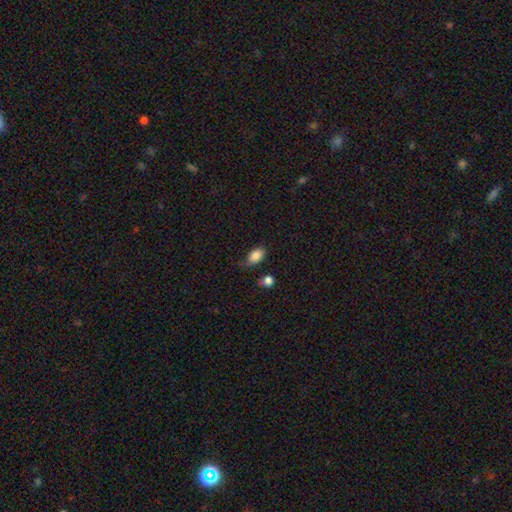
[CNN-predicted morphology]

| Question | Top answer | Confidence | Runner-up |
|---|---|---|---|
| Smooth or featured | smooth | 86% | star or artifact (8%) |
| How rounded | in between | 90% | round (8%) |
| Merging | none | 57% | minor disturbance (30%) |